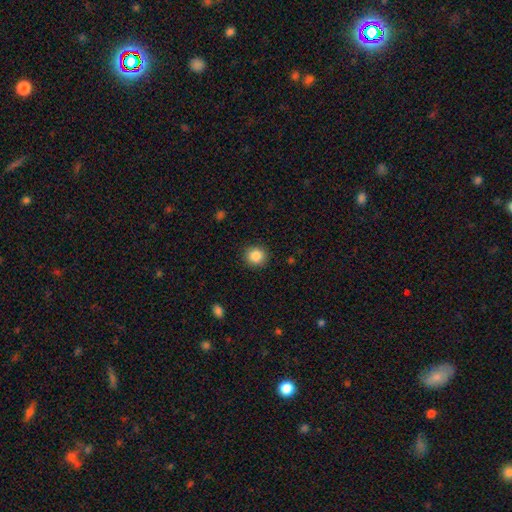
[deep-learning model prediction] smooth_or_featured: smooth (p=0.86) [alt: star or artifact p=0.10]
how_rounded: round (p=0.89) [alt: in between p=0.10]
merging: none (p=0.90) [alt: minor disturbance p=0.07]